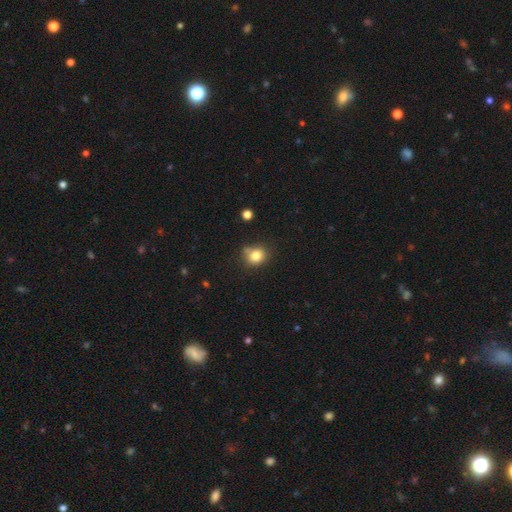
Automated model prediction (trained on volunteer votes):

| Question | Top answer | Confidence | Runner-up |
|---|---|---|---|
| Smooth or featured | smooth | 81% | star or artifact (11%) |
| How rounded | round | 68% | in between (31%) |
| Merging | none | 68% | minor disturbance (20%) |